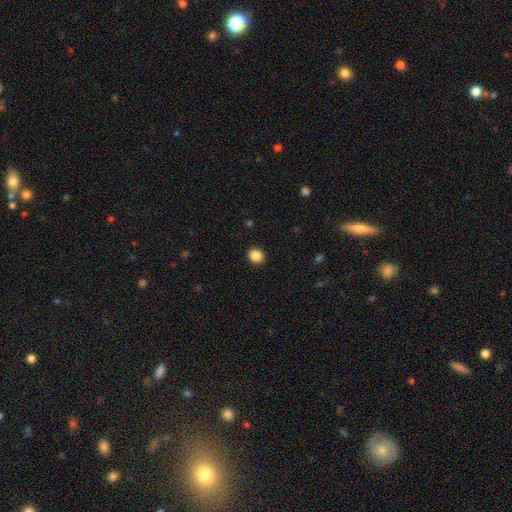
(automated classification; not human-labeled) Q: Smooth or featured?
A: smooth (87%); runner-up: star or artifact (10%)
Q: How rounded?
A: round (72%); runner-up: in between (28%)
Q: Merging?
A: none (92%); runner-up: minor disturbance (6%)